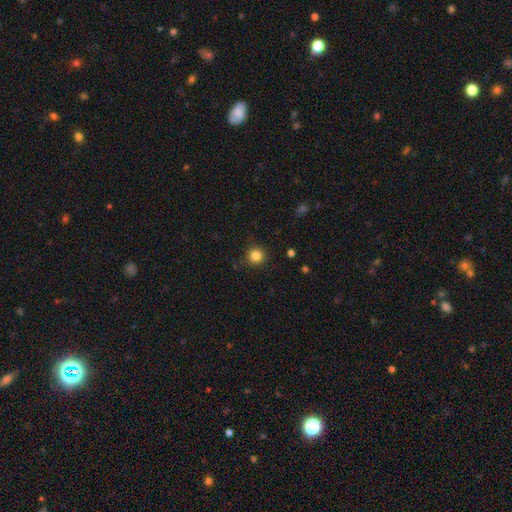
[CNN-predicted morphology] A smooth galaxy with no disk features (84%) that is round (94%).

Vote fractions:
- Smooth or featured? smooth: 84% / star or artifact: 12% / featured or disk: 4%
- How rounded? round: 94% / in between: 5% / cigar-shaped: 1%
- Merging? none: 89% / minor disturbance: 8% / major disturbance: 2% / merger: 1%